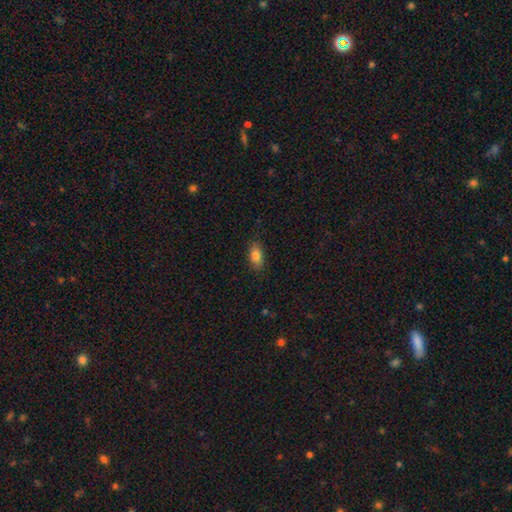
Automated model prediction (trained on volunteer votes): This is clearly a smooth galaxy (82%). How rounded: clearly in between (87%). Merging: clearly none (85%).